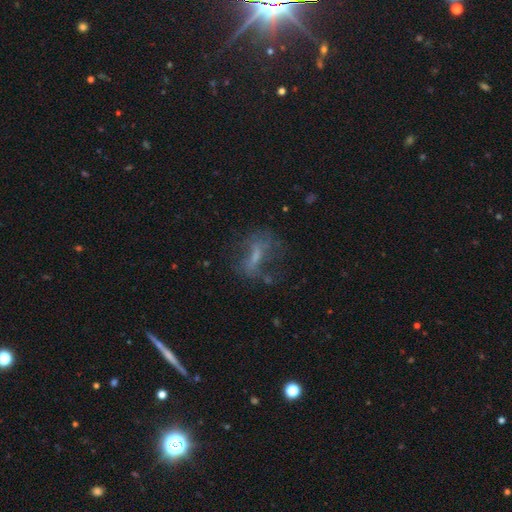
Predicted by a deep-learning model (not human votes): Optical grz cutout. It shows a featured or disk galaxy (50%). Merging: none (52%).